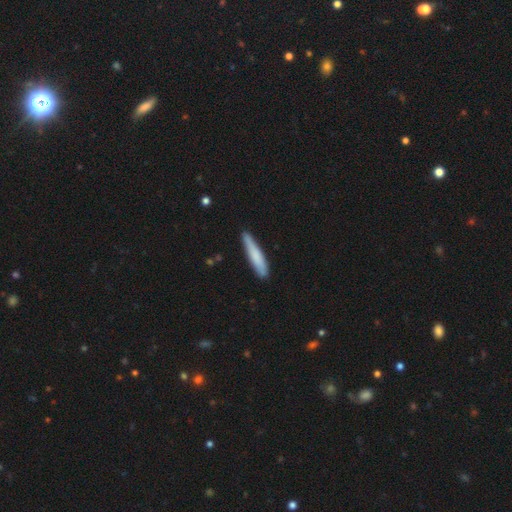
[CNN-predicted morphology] The model was most divided on "smooth or featured": smooth: 75%, featured or disk: 19%, star or artifact: 6%. More confident: how rounded — cigar-shaped (90%); merging — none (80%).